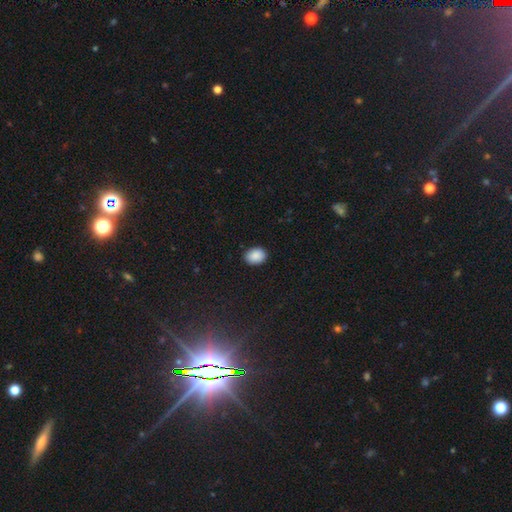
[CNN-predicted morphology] type=smooth (90%); roundness=in between (72%); merging=none (89%).